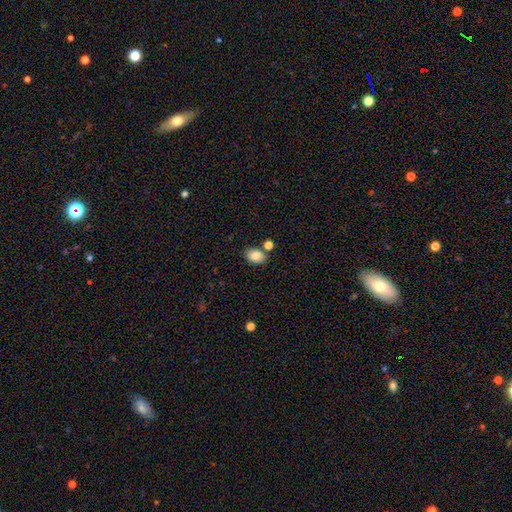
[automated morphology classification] smooth_or_featured: smooth (p=0.85) [alt: star or artifact p=0.09]
how_rounded: in between (p=0.78) [alt: round p=0.21]
merging: none (p=0.73) [alt: minor disturbance p=0.12]